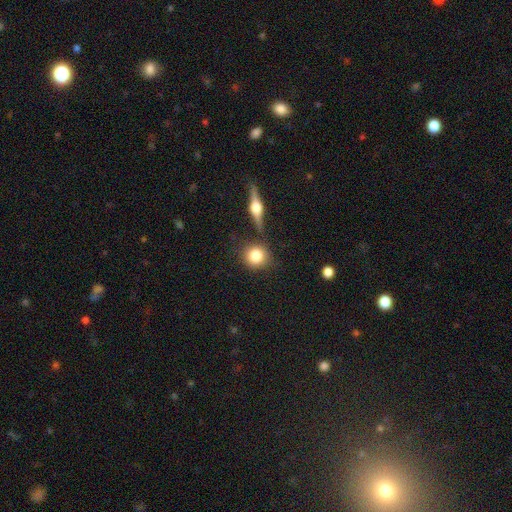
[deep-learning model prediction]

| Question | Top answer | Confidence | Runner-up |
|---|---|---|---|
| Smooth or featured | smooth | 77% | featured or disk (15%) |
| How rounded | round | 89% | in between (9%) |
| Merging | none | 80% | minor disturbance (9%) |